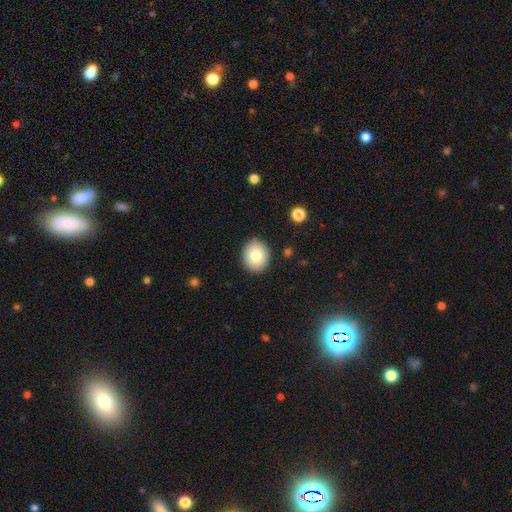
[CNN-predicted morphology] Smooth or featured: smooth — 80% (featured or disk — 11%)
How rounded: round — 67% (in between — 32%)
Merging: none — 89% (minor disturbance — 8%)